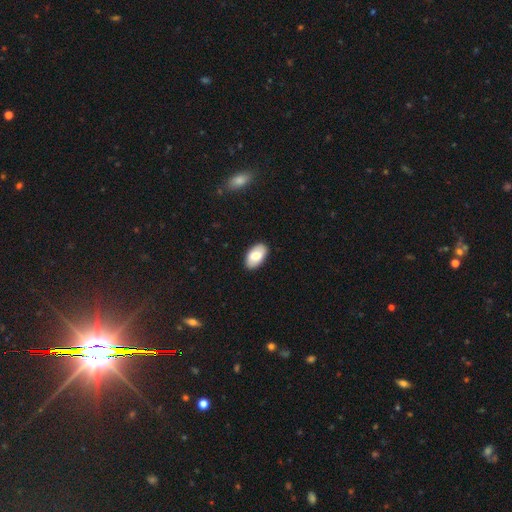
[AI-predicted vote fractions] Smooth or featured: smooth — 79% (featured or disk — 15%)
How rounded: in between — 95% (round — 3%)
Merging: none — 88% (minor disturbance — 9%)